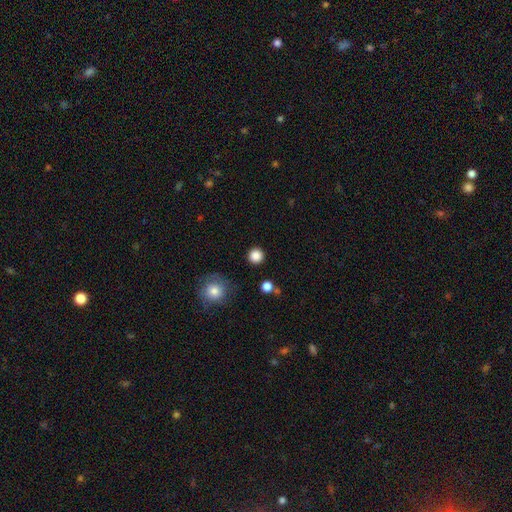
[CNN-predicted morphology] smooth 86%, star or artifact 11%, featured or disk 4%. Down the decision tree: how rounded — round (95%); merging — none (90%).